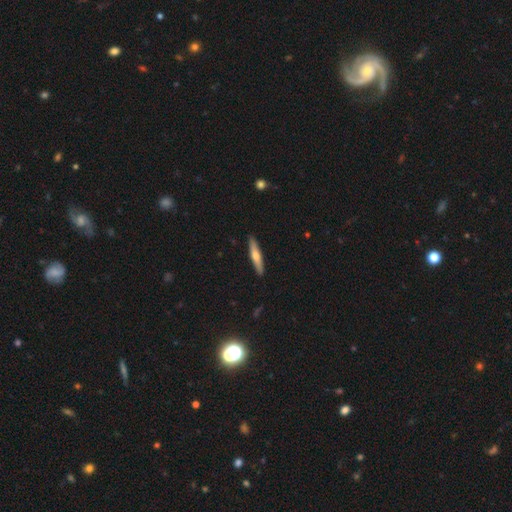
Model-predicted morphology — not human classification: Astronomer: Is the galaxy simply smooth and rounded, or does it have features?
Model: smooth — 53% (runner-up: featured or disk, 42%).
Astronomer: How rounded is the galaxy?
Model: cigar-shaped — 88%.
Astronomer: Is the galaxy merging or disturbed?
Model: none — 91%.